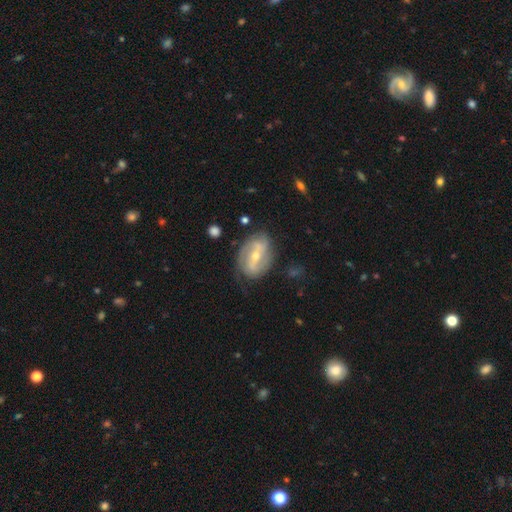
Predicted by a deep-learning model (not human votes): Morphology: type=featured or disk (80%); edge-on=no (95%); bar=strong (42%); spiral arms=yes (88%); winding=medium (40%); arm count=2 (71%); bulge=small (49%); merging=none (74%).